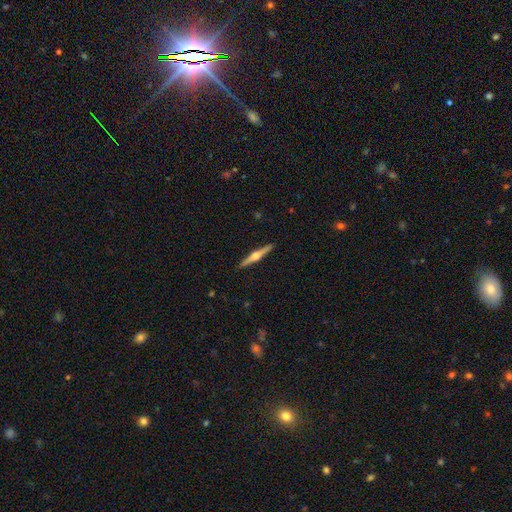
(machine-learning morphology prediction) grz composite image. It shows a featured or disk galaxy (72%) viewed edge-on (98%) with a rounded central bulge (93%). Merging: none (92%).